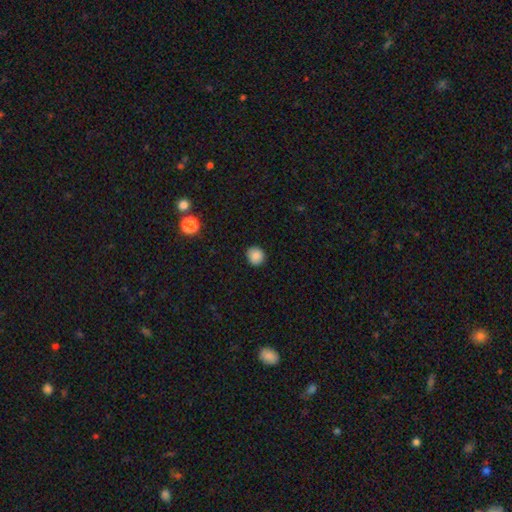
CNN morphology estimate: Smooth or featured? Predicted: smooth (p=0.86). How rounded? Predicted: round (p=0.90). Merging? Predicted: none (p=0.90).